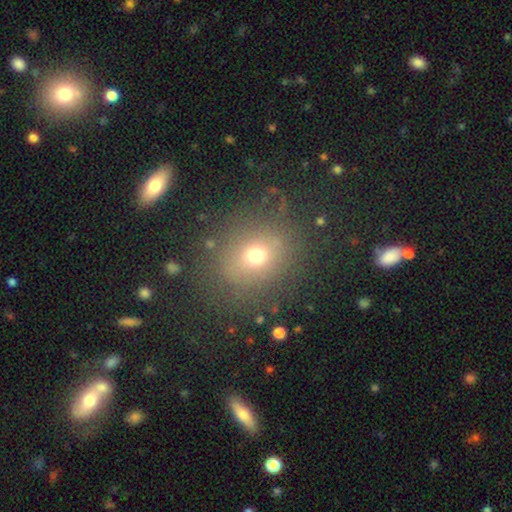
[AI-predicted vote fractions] smooth-or-featured: smooth: 67% | star or artifact: 19% | featured or disk: 14%
  how-rounded: round: 66% | in between: 33% | cigar-shaped: 1%
  merging: none: 77% | minor disturbance: 13% | major disturbance: 8% | merger: 3%